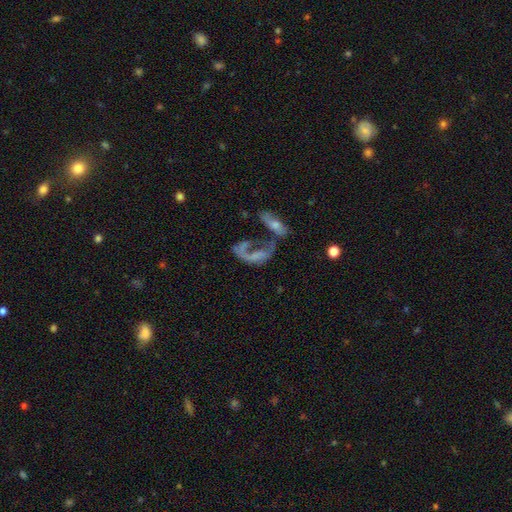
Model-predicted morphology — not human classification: Smooth or featured? featured or disk (51%)
Edge-on disk? no (92%)
Merging? merger (37%)